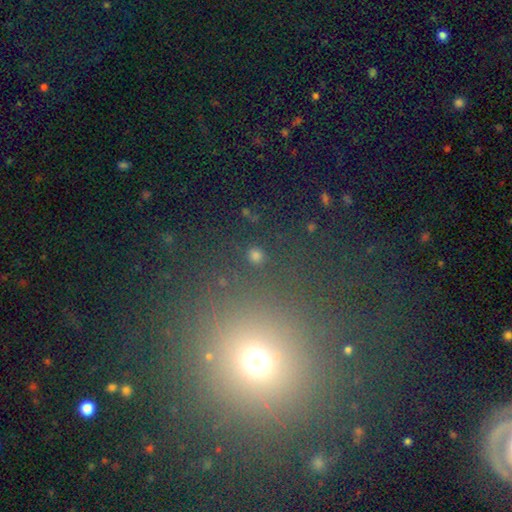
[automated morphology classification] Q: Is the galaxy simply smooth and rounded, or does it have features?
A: smooth — 69%.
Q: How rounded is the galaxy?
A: round — 85%.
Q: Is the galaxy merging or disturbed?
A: none — 87%.